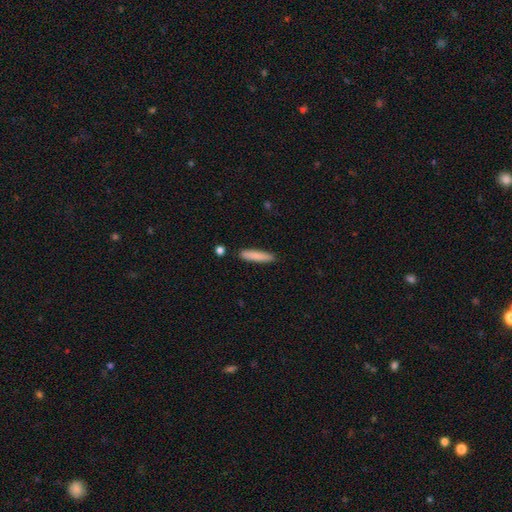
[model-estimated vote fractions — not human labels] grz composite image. It shows a smooth galaxy with no disk features (83%) that is cigar-shaped (88%). Merging: none (87%).